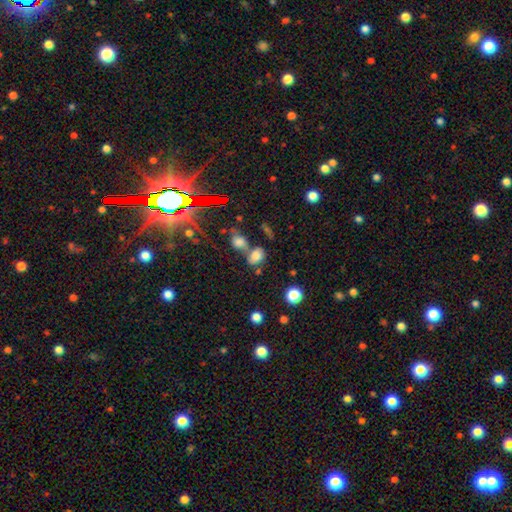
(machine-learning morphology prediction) smooth 74%, star or artifact 16%, featured or disk 11%. Down the decision tree: how rounded — in between (67%); merging — none (42%).